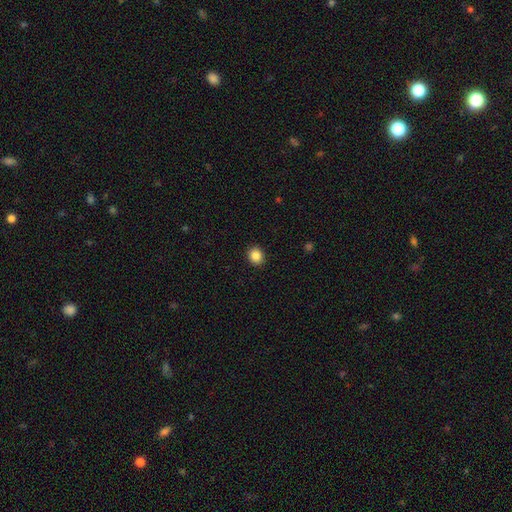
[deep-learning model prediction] smooth 86%, star or artifact 10%, featured or disk 4%. Down the decision tree: how rounded — round (74%); merging — none (92%).